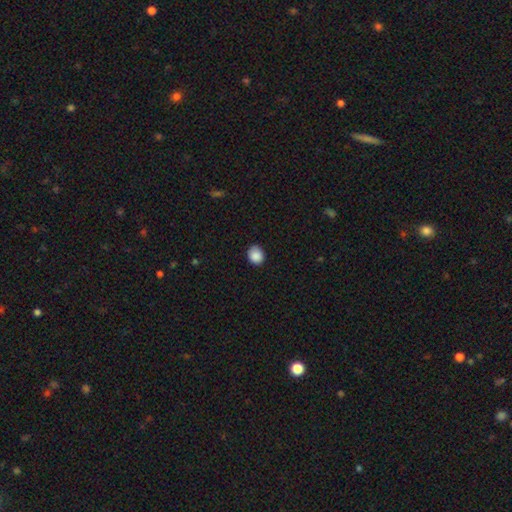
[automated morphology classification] smooth_or_featured: smooth (p=0.88) [alt: star or artifact p=0.09]
how_rounded: round (p=0.68) [alt: in between p=0.31]
merging: none (p=0.82) [alt: minor disturbance p=0.14]